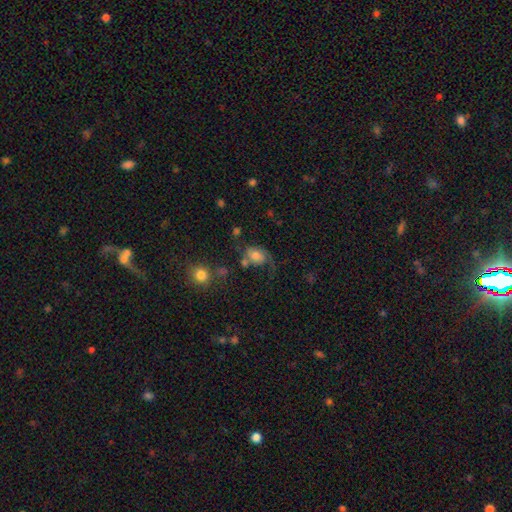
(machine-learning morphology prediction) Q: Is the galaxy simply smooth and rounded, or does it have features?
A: smooth — 54%.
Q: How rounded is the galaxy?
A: in between — 67%.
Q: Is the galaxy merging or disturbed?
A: major disturbance — 34%.